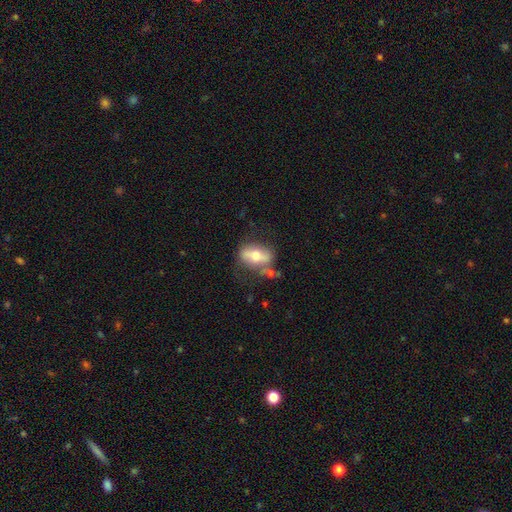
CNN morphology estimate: This is possibly a featured or disk galaxy (46%, tied with smooth). Merging: possibly none (59%).